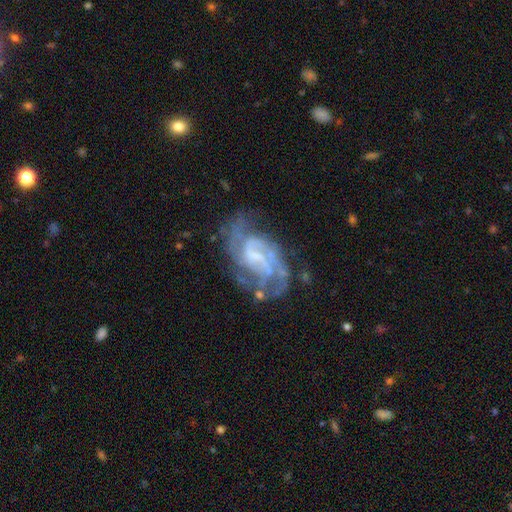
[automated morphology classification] Q: Smooth or featured?
A: featured or disk (84%); runner-up: smooth (9%)
Q: Edge-on disk?
A: no (97%); runner-up: yes (3%)
Q: Bar?
A: weak (52%); runner-up: no (30%)
Q: Spiral arms?
A: yes (91%); runner-up: no (9%)
Q: Spiral winding?
A: medium (45%); runner-up: tight (40%)
Q: Spiral arm count?
A: 2 (36%); runner-up: can't tell (29%)
Q: Bulge size?
A: small (39%); runner-up: none (33%)
Q: Merging?
A: none (55%); runner-up: minor disturbance (22%)